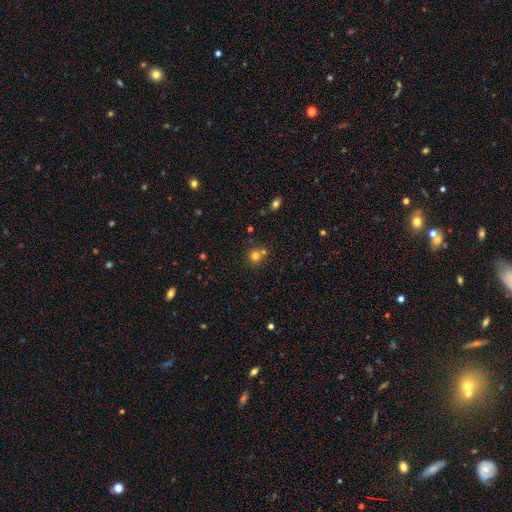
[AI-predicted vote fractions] A smooth galaxy with no disk features (73%) that is round (91%). Merging: none (67%).